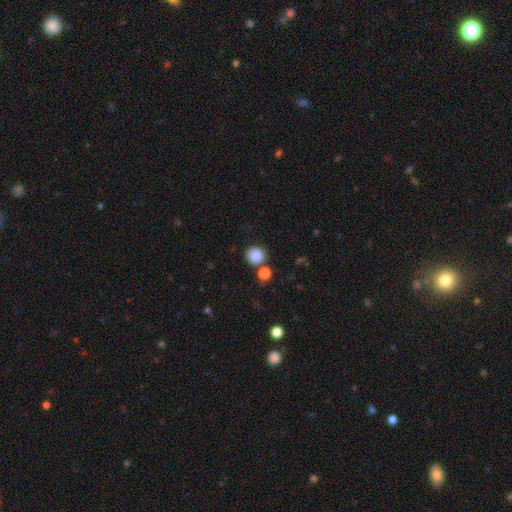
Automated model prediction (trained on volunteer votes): smooth_or_featured: smooth (p=0.86) [alt: star or artifact p=0.10]
how_rounded: round (p=0.92) [alt: in between p=0.07]
merging: none (p=0.75) [alt: merger p=0.12]